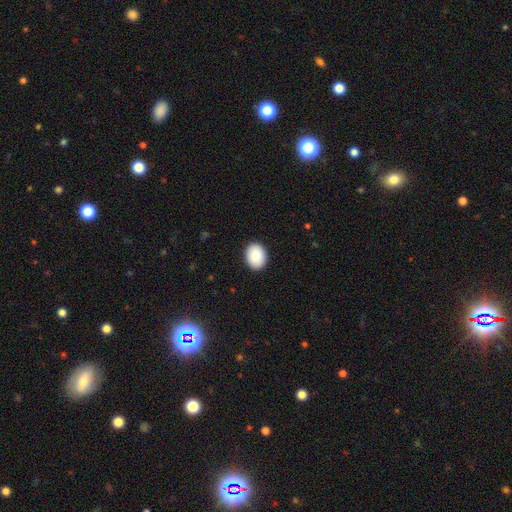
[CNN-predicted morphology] Smooth or featured? smooth (89%)
How rounded? in between (62%)
Merging? none (91%)